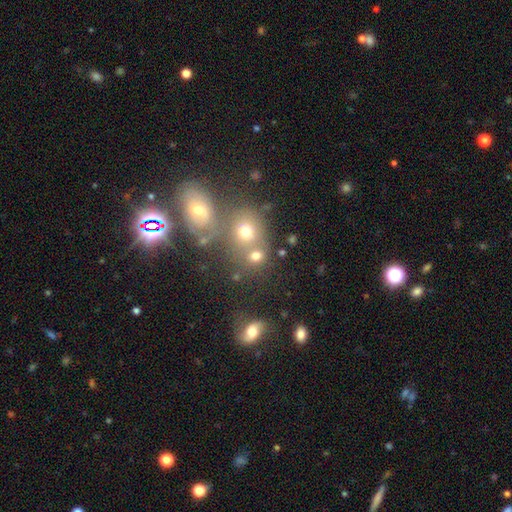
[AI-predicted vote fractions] A smooth galaxy with no disk features (68%) that is round (72%). Merging: none (47%).